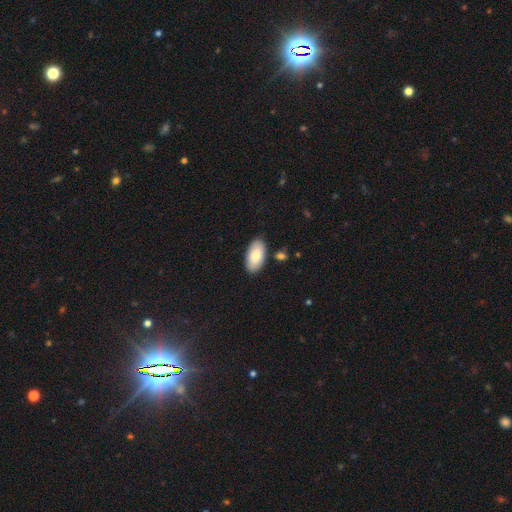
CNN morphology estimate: This appears to be a smooth galaxy with no disk features (83%) that is in between round and cigar-shaped (96%). Merging: none (84%).